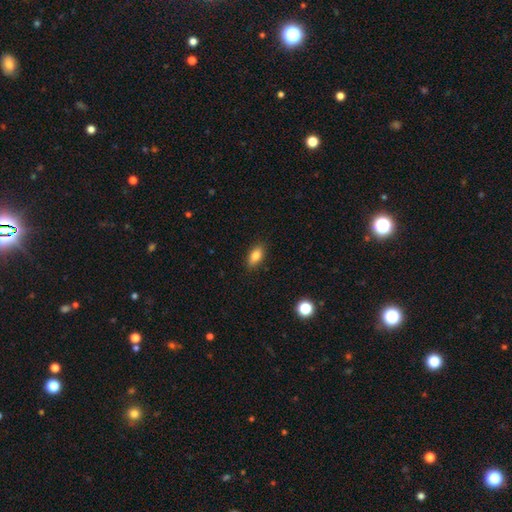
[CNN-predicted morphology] Smooth or featured? Predicted: smooth (p=0.82). How rounded? Predicted: in between (p=0.86). Merging? Predicted: none (p=0.87).